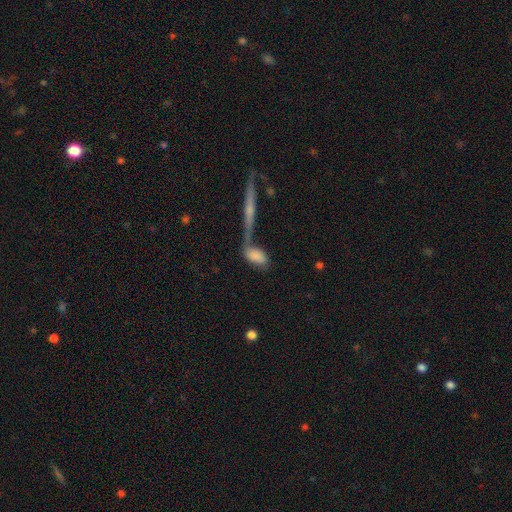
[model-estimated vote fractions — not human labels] Smooth or featured? smooth (77%)
How rounded? in between (84%)
Merging? merger (43%)